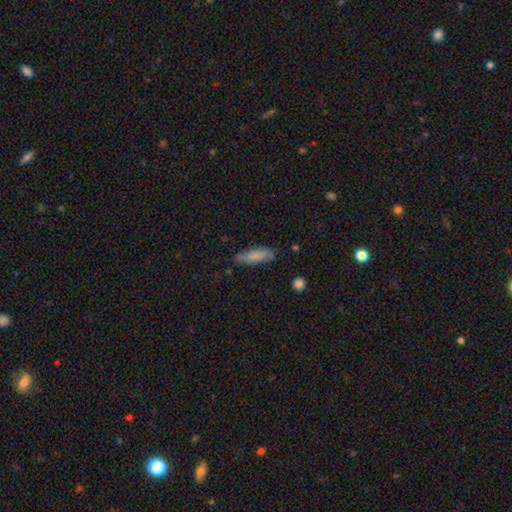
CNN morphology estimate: This appears to be a smooth galaxy with no disk features (77%) that is cigar-shaped (51%). Merging: none (74%).